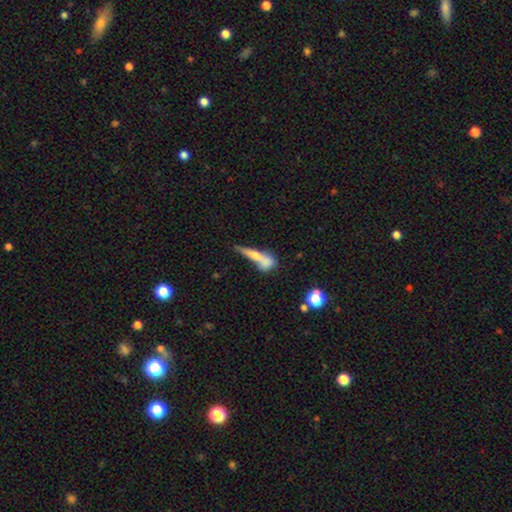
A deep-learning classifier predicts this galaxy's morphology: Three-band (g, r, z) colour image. It shows a smooth galaxy with no disk features (55%) that is cigar-shaped (70%). Merging: merger (41%).